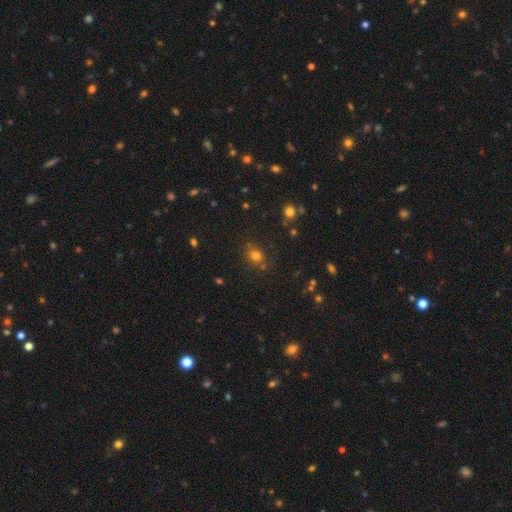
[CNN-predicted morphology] smooth 75%, star or artifact 18%, featured or disk 7%. Down the decision tree: how rounded — round (62%); merging — none (77%).